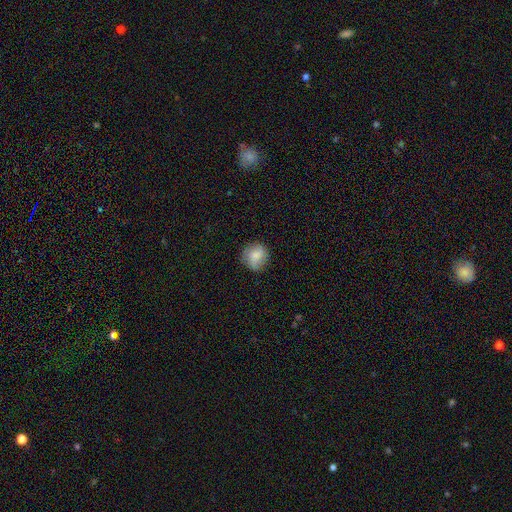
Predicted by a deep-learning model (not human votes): Overall: smooth (76%). How rounded: round (83%). Merging: none (76%).